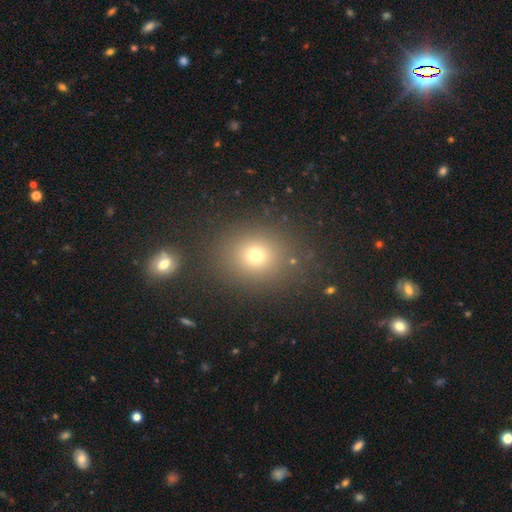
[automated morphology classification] Q: Smooth or featured?
A: smooth (71%); runner-up: star or artifact (20%)
Q: How rounded?
A: round (72%); runner-up: in between (27%)
Q: Merging?
A: none (82%); runner-up: minor disturbance (9%)